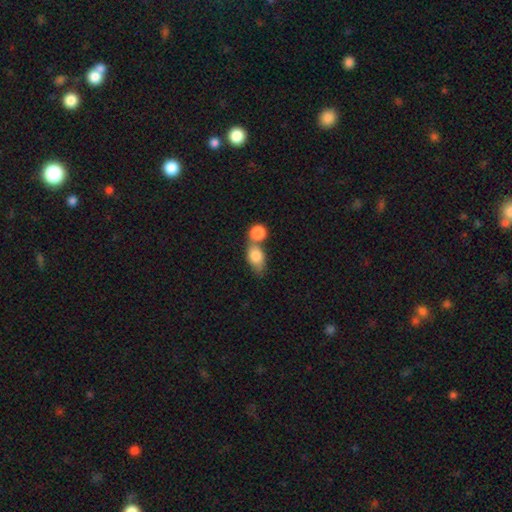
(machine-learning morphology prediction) Overall: smooth (81%). How rounded: in between (68%). Merging: merger (62%; none 25%).